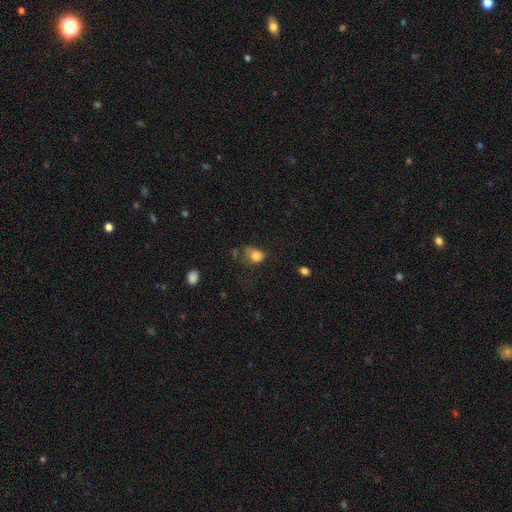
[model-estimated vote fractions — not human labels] This appears to be a smooth galaxy with no disk features (80%) that is in between round and cigar-shaped (55%). Merging: none (39%).